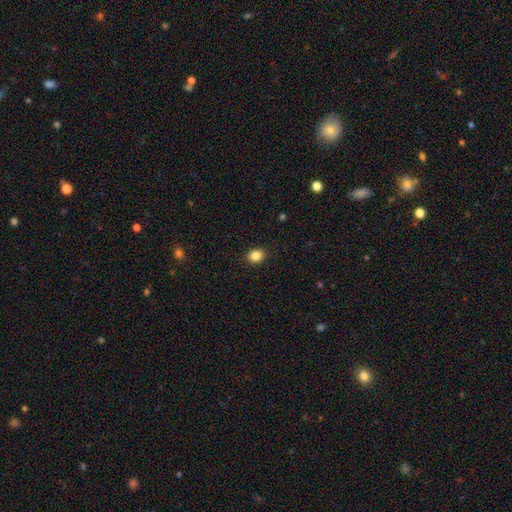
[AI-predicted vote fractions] Morphology: type=smooth (86%); roundness=round (54%); merging=none (90%).